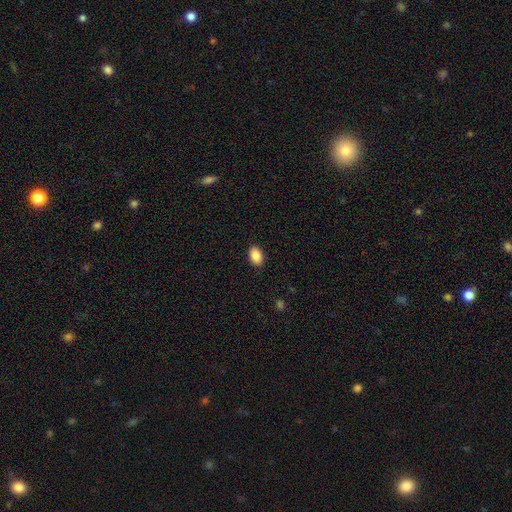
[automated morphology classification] type=smooth (88%); roundness=in between (86%); merging=none (89%).